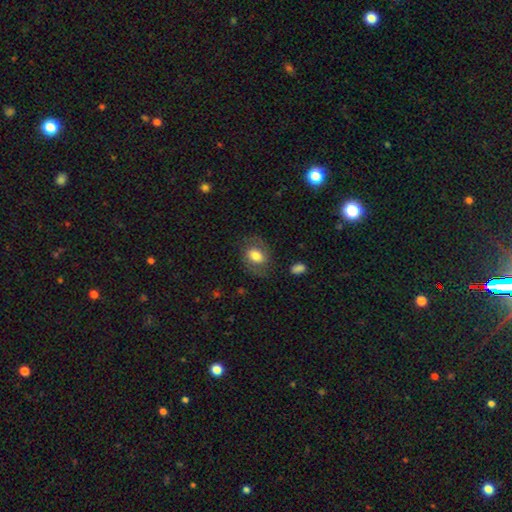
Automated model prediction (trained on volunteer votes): smooth_or_featured: smooth (p=0.53) [alt: featured or disk p=0.40]
how_rounded: in between (p=0.67) [alt: round p=0.31]
merging: none (p=0.71) [alt: minor disturbance p=0.17]